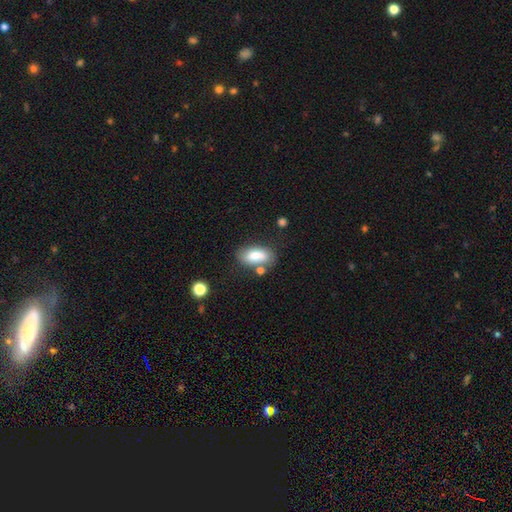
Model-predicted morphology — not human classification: Smooth or featured?
  - smooth: 79% *
  - featured or disk: 14%
  - star or artifact: 7%
How rounded?
  - in between: 91% *
  - cigar-shaped: 5%
  - round: 4%
Merging?
  - none: 65% *
  - minor disturbance: 18%
  - merger: 12%
  - major disturbance: 5%